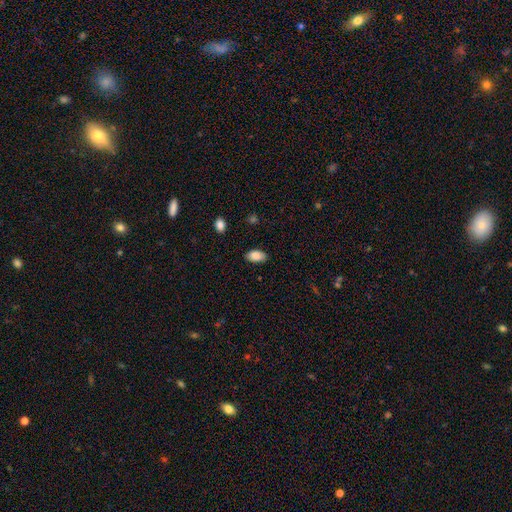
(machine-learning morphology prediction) This is clearly a smooth galaxy (88%). How rounded: clearly in between (94%). Merging: clearly none (83%).